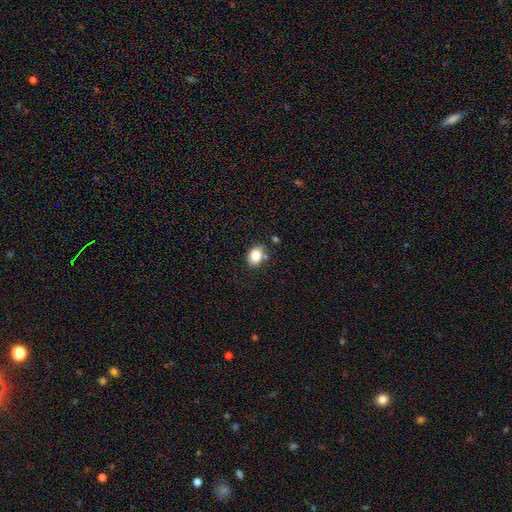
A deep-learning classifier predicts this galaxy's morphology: A smooth galaxy with no disk features (85%) that is in between round and cigar-shaped (70%).

Vote fractions:
- Smooth or featured? smooth: 85% / star or artifact: 9% / featured or disk: 6%
- How rounded? in between: 70% / round: 29% / cigar-shaped: 1%
- Merging? none: 74% / minor disturbance: 14% / merger: 8% / major disturbance: 3%